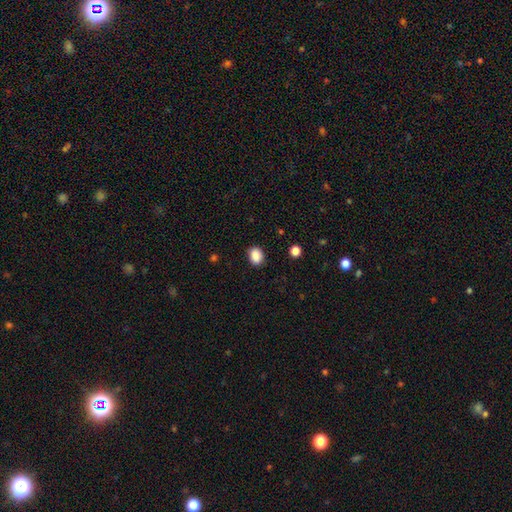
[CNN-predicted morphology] A smooth galaxy with no disk features (88%) that is in between round and cigar-shaped (58%). Merging: none (87%).